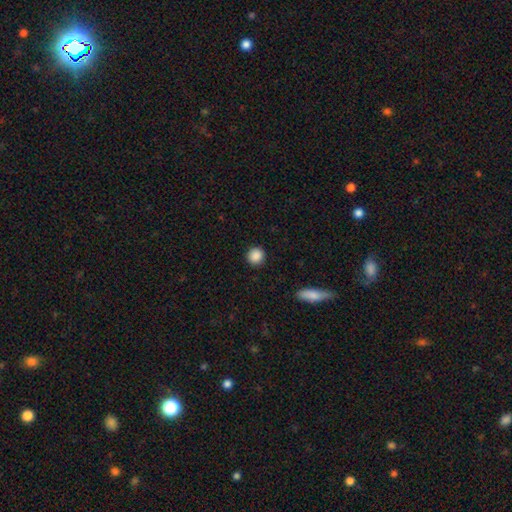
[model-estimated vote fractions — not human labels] A smooth galaxy with no disk features (89%) that is round (92%). Merging: none (92%).